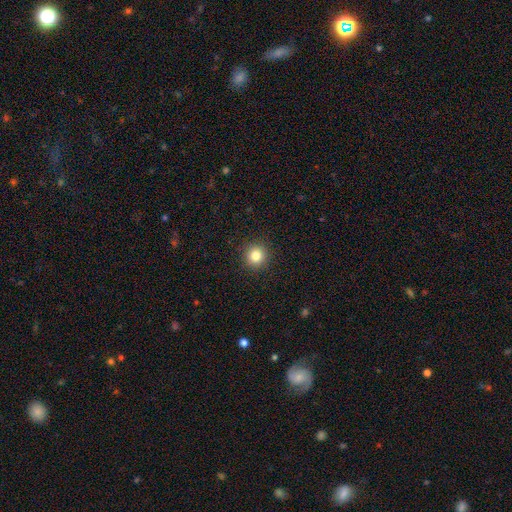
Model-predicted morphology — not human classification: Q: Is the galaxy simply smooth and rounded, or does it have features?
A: smooth — 82%.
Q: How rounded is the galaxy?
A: round — 93%.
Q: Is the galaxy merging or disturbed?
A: none — 92%.